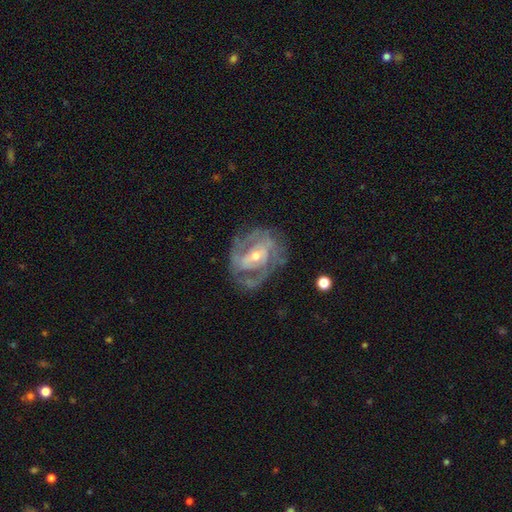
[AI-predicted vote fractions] This appears to be a featured or disk galaxy (84%) with a weak bar (38%), 2 (39%) tight (48%) spiral arms (86%) and a small central bulge (51%). Merging: none (65%).